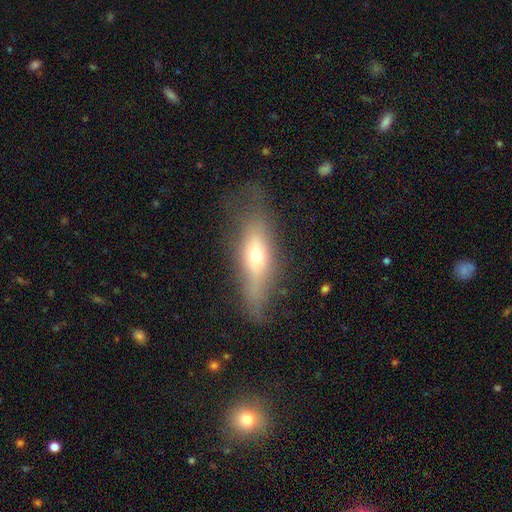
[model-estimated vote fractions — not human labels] This is possibly a smooth galaxy (49%). Merging: possibly none (60%).